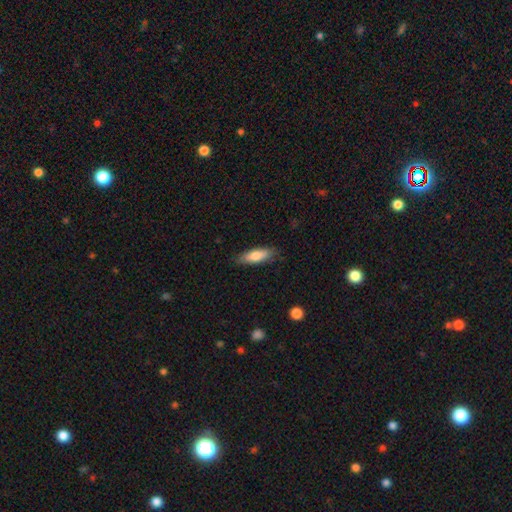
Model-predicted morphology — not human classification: Overall: smooth (76%). How rounded: cigar-shaped (50%; in between 48%). Merging: none (82%).